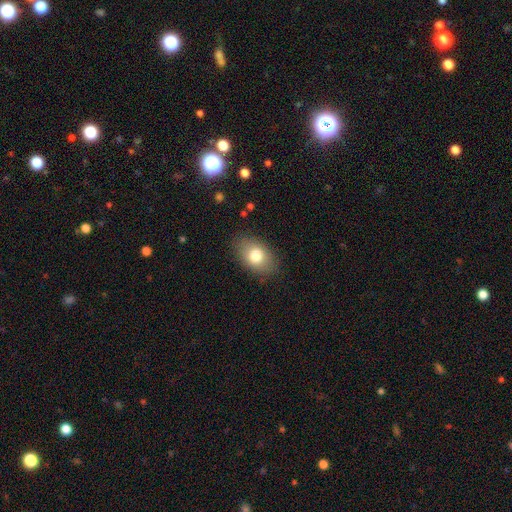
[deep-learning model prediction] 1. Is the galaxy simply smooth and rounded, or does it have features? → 78% smooth, 14% featured or disk, 9% star or artifact.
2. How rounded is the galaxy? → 83% in between, 16% round, 1% cigar-shaped.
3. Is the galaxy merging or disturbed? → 84% none, 12% minor disturbance, 3% major disturbance, 1% merger.